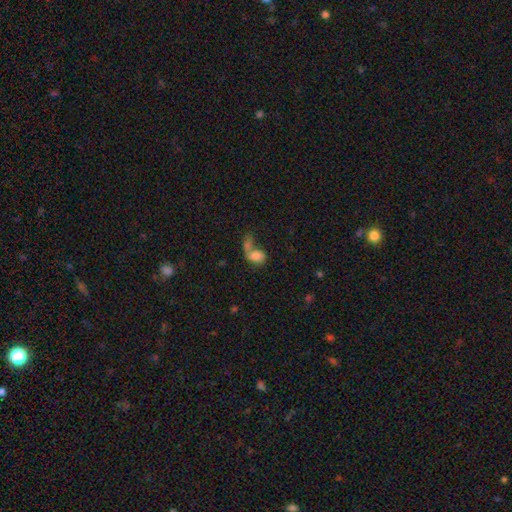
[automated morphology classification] type=smooth (73%); roundness=in between (67%); merging=merger (65%).